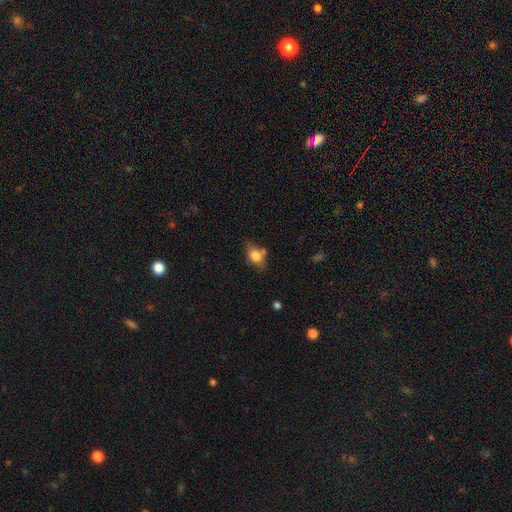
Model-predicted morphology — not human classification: This is likely a smooth galaxy (74%). How rounded: likely in between (76%). Merging: possibly none (57%).